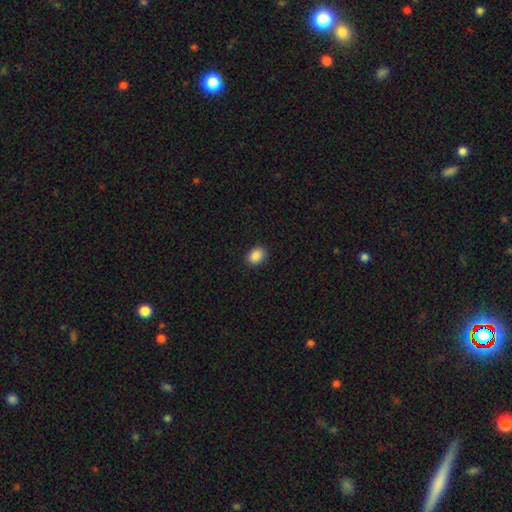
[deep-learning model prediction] A smooth galaxy with no disk features (88%) that is in between round and cigar-shaped (51%). Merging: none (90%).